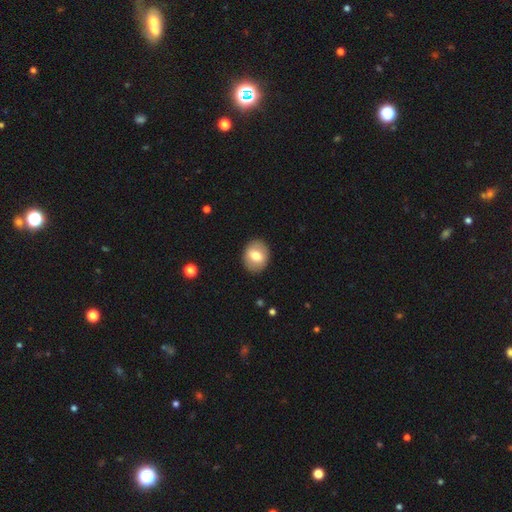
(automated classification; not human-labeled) smooth_or_featured: smooth (p=0.69) [alt: featured or disk p=0.24]
how_rounded: round (p=0.53) [alt: in between p=0.46]
merging: none (p=0.89) [alt: minor disturbance p=0.08]